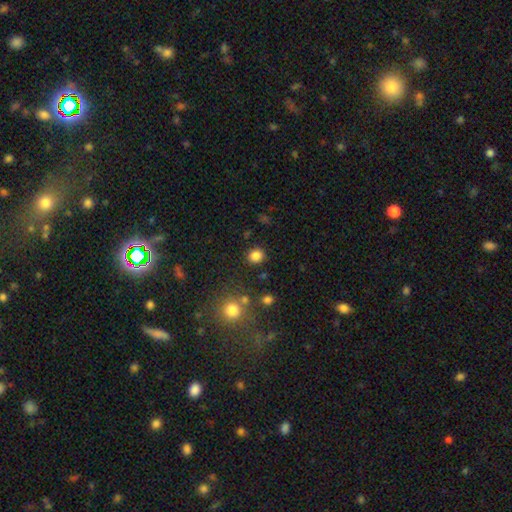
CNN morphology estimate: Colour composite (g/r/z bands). It shows a smooth galaxy with no disk features (84%) that is round (81%). Merging: none (87%).